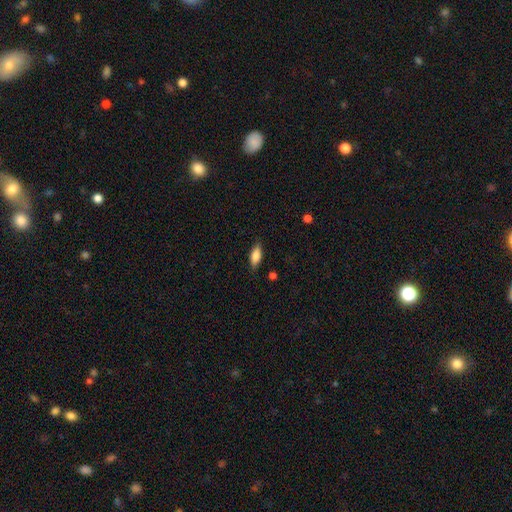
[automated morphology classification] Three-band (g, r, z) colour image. It shows a smooth galaxy with no disk features (81%) that is in between round and cigar-shaped (79%). Merging: none (83%).